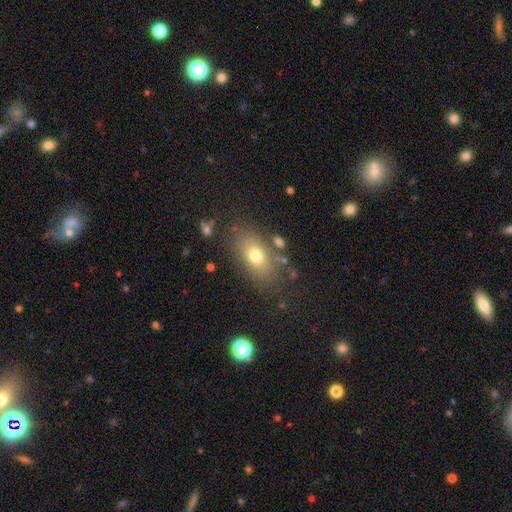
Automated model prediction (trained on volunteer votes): smooth-or-featured: smooth: 72% | featured or disk: 17% | star or artifact: 12%
  how-rounded: in between: 83% | round: 12% | cigar-shaped: 4%
  merging: none: 77% | minor disturbance: 13% | major disturbance: 6% | merger: 5%